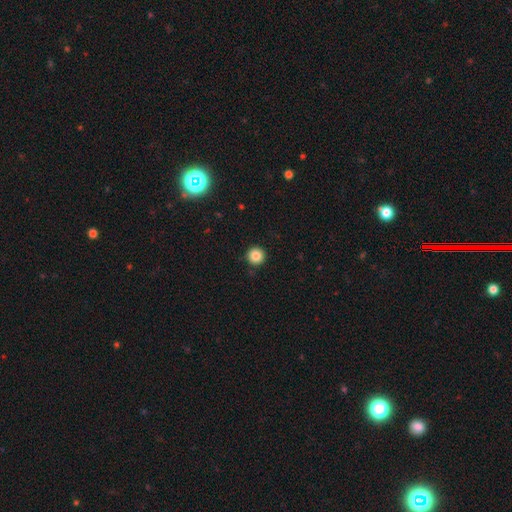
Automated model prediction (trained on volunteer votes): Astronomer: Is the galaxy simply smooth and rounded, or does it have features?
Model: smooth — 85%.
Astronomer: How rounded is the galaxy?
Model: round — 96%.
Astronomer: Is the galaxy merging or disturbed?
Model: none — 92%.